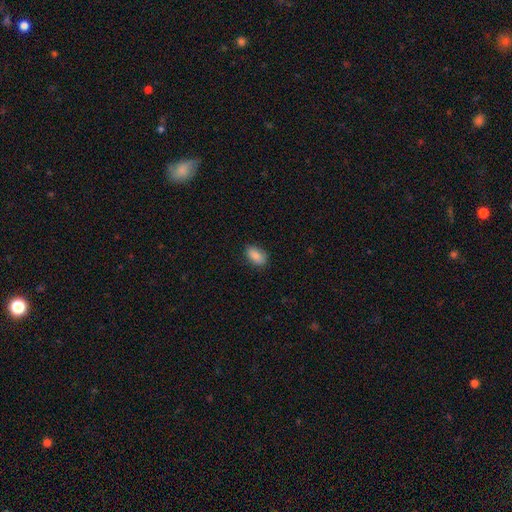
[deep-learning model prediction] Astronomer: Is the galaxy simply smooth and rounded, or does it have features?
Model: smooth — 87%.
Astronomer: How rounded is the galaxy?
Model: in between — 91%.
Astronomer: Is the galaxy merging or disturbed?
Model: none — 84%.